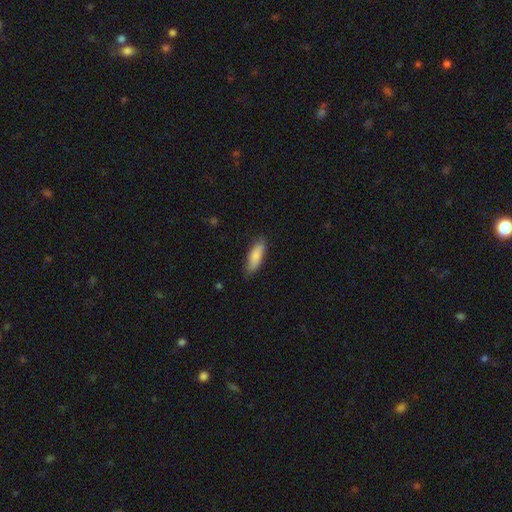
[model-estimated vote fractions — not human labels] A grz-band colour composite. It shows a smooth galaxy with no disk features (84%) that is in between round and cigar-shaped (61%). Merging: none (80%).